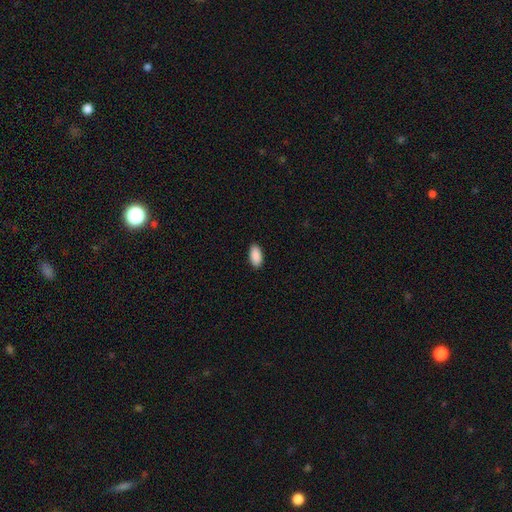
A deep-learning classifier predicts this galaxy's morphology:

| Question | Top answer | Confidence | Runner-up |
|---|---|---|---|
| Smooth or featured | smooth | 91% | star or artifact (6%) |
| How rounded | in between | 94% | cigar-shaped (4%) |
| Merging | none | 89% | minor disturbance (8%) |